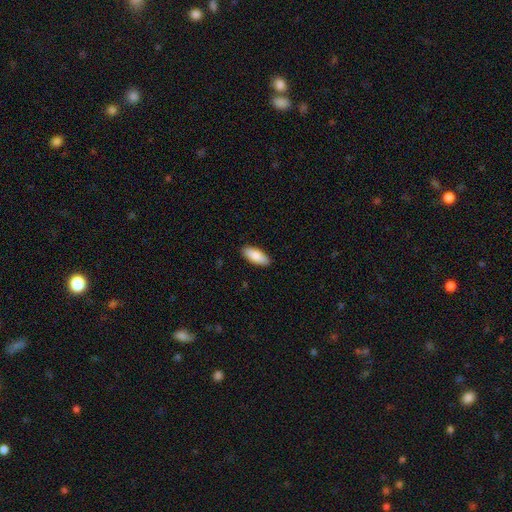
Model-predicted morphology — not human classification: This appears to be a smooth galaxy with no disk features (87%) that is in between round and cigar-shaped (83%). Merging: none (90%).